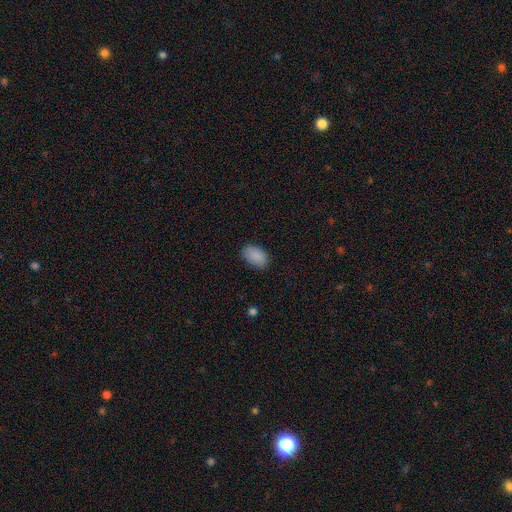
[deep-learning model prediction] Morphology: type=smooth (89%); roundness=in between (92%); merging=none (84%).